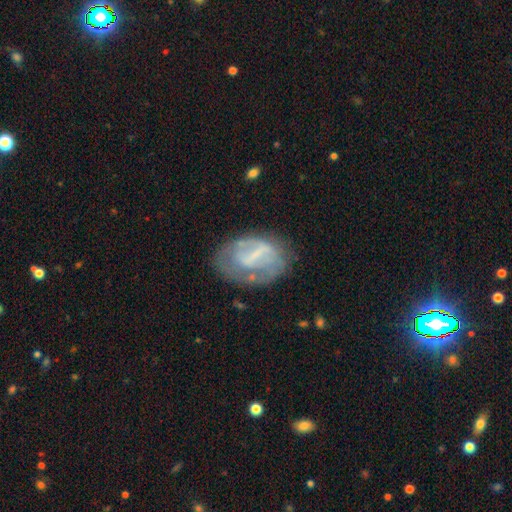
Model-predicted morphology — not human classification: Smooth or featured? Predicted: featured or disk (p=0.59). Edge-on disk? Predicted: no (p=0.95). Bar? Predicted: strong (p=0.39). Spiral arms? Predicted: no (p=0.55). Bulge size? Predicted: none (p=0.45). Merging? Predicted: none (p=0.58).